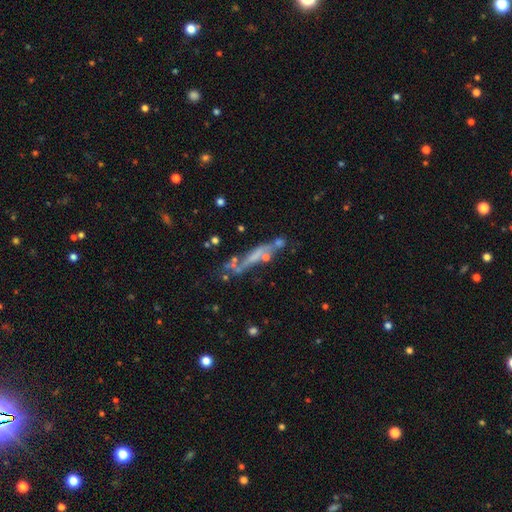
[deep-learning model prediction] Smooth or featured: featured or disk — 59% (smooth — 28%)
Edge-on disk: yes — 58% (no — 42%)
Merging: none — 47% (minor disturbance — 21%)